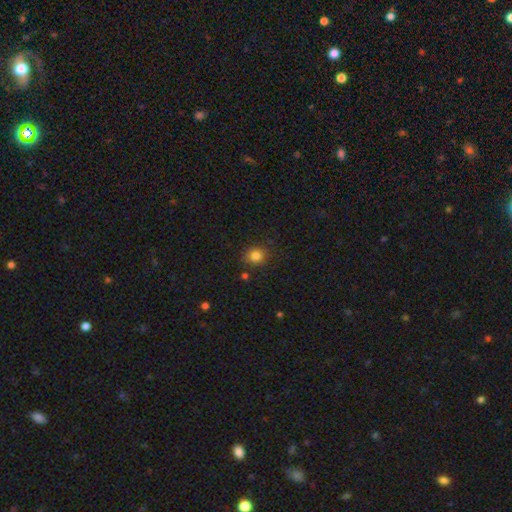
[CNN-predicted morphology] Smooth or featured? smooth (82%)
How rounded? round (77%)
Merging? none (82%)